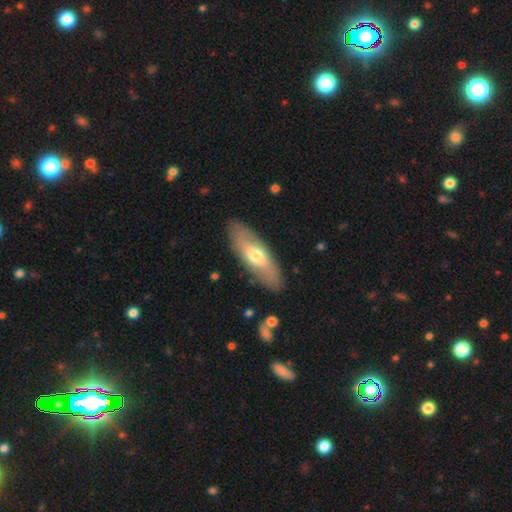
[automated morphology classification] The model was most divided on "smooth or featured": smooth: 56%, featured or disk: 39%, star or artifact: 5%. More confident: merging — none (85%); how rounded — in between (64%).